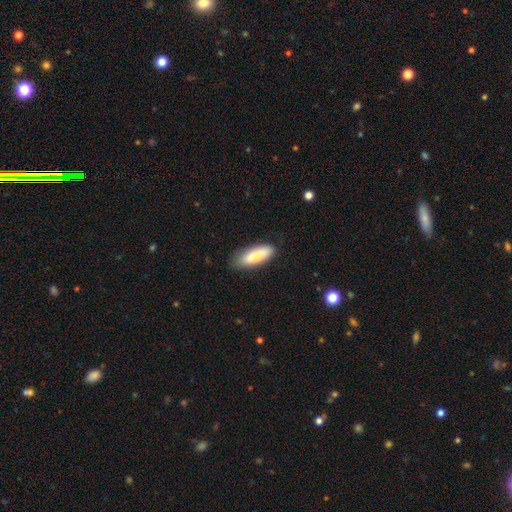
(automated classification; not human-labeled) smooth 84%, featured or disk 10%, star or artifact 6%. Down the decision tree: how rounded — in between (58%); merging — none (75%).